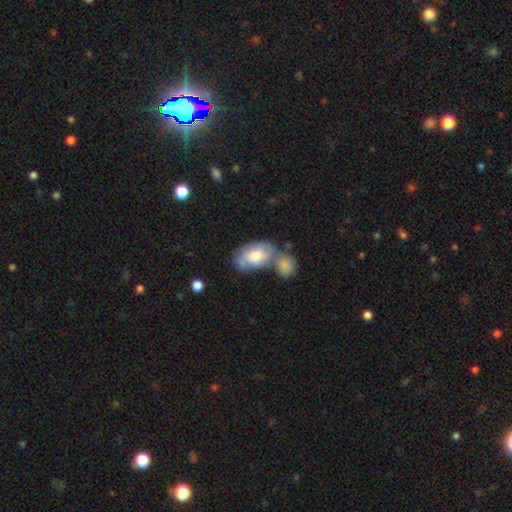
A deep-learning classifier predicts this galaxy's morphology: smooth 61%, featured or disk 31%, star or artifact 7%. Down the decision tree: how rounded — in between (88%); merging — merger (46%).